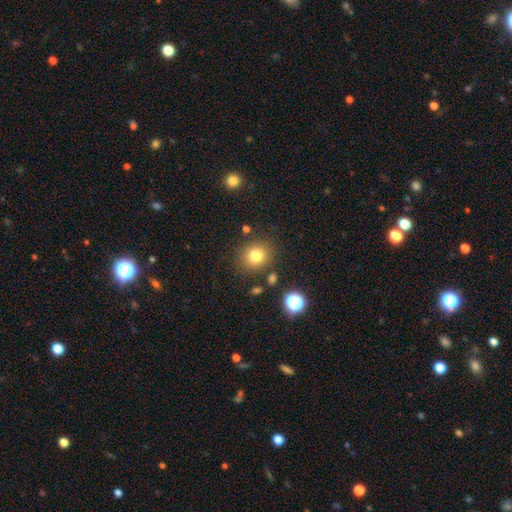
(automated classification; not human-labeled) This appears to be a smooth galaxy with no disk features (79%) that is round (77%). Merging: none (82%).